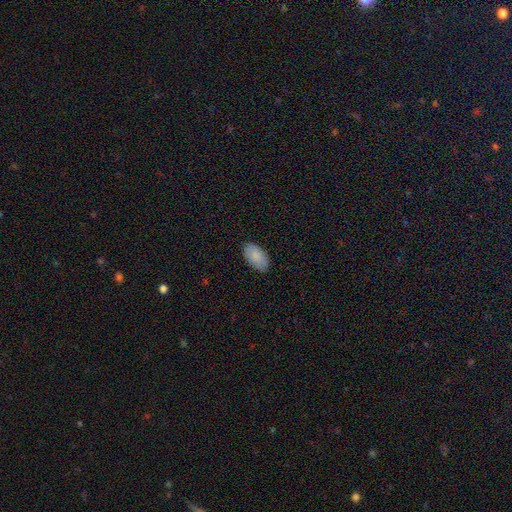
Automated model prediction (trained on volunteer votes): Morphology: type=smooth (87%); roundness=in between (95%); merging=none (85%).